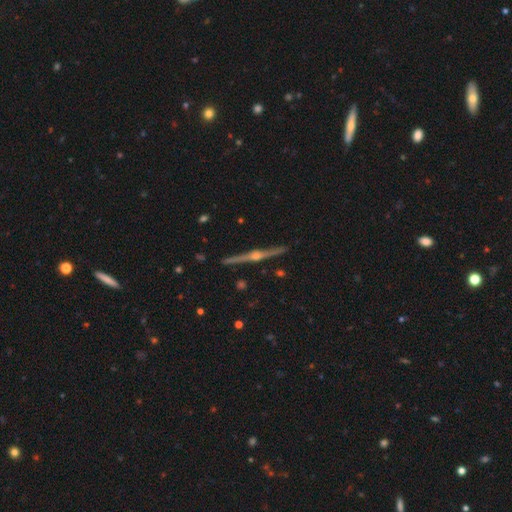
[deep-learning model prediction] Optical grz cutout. It shows a featured or disk galaxy (85%) viewed edge-on (98%) with a rounded central bulge (90%). Merging: none (90%).